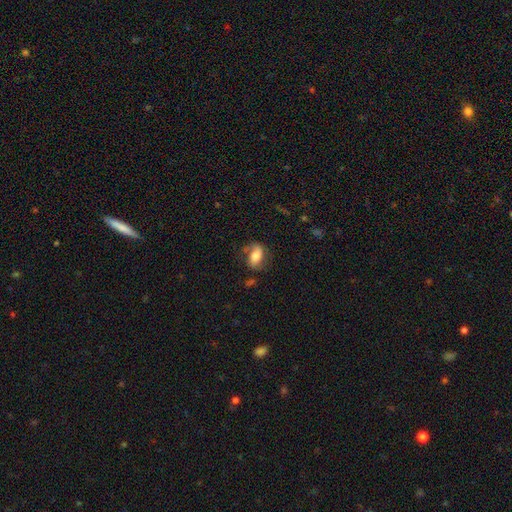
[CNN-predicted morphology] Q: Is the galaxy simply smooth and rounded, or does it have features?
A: smooth — 55%.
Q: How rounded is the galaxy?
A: in between — 86%.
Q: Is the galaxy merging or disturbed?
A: none — 59%.